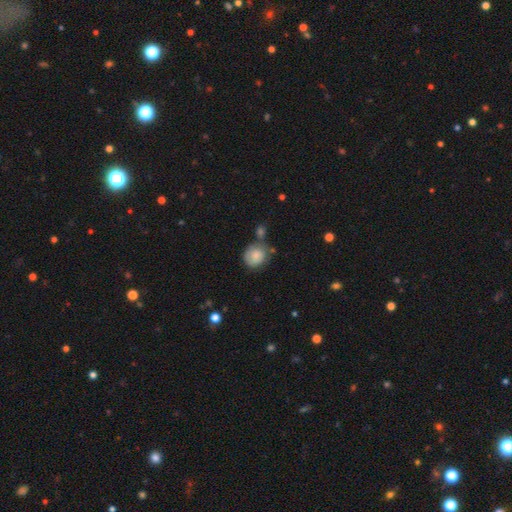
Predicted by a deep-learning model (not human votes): This appears to be a smooth galaxy with no disk features (77%) that is round (79%). Merging: none (55%).